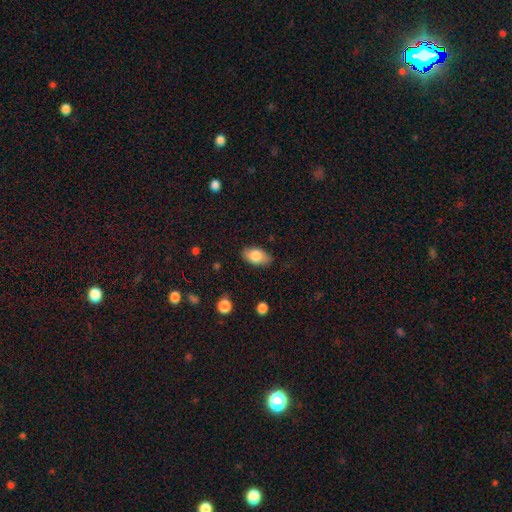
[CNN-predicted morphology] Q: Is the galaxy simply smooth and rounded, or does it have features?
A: smooth — 81%.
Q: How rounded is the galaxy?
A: in between — 93%.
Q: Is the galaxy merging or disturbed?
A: none — 83%.